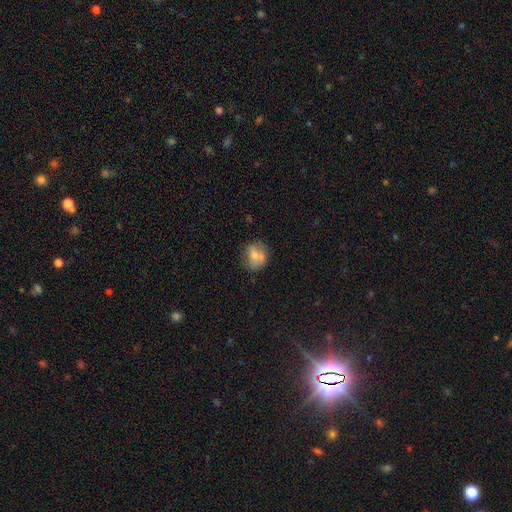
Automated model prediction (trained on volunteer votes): This is likely a smooth galaxy (60%). How rounded: likely round (67%). Merging: possibly none (59%).